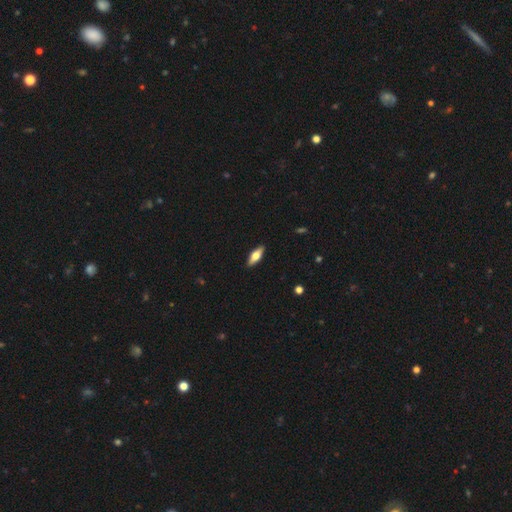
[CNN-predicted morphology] A smooth galaxy with no disk features (52%) that is in between round and cigar-shaped (63%).

Vote fractions:
- Smooth or featured? smooth: 52% / featured or disk: 42% / star or artifact: 6%
- How rounded? in between: 63% / cigar-shaped: 35% / round: 3%
- Merging? none: 90% / minor disturbance: 8% / major disturbance: 2% / merger: 1%